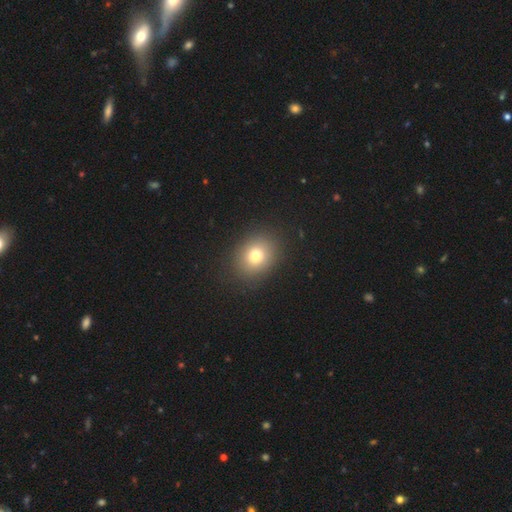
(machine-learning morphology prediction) A smooth galaxy with no disk features (76%) that is round (57%).

Vote fractions:
- Smooth or featured? smooth: 76% / star or artifact: 13% / featured or disk: 11%
- How rounded? round: 57% / in between: 42% / cigar-shaped: 1%
- Merging? none: 88% / minor disturbance: 8% / major disturbance: 3% / merger: 1%